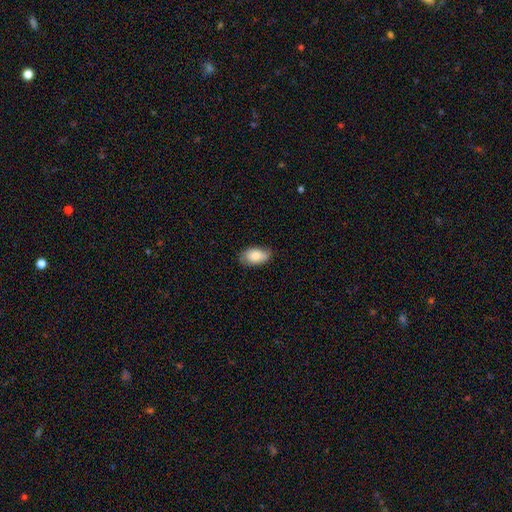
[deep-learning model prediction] A smooth galaxy with no disk features (81%) that is in between round and cigar-shaped (92%). Merging: none (75%).